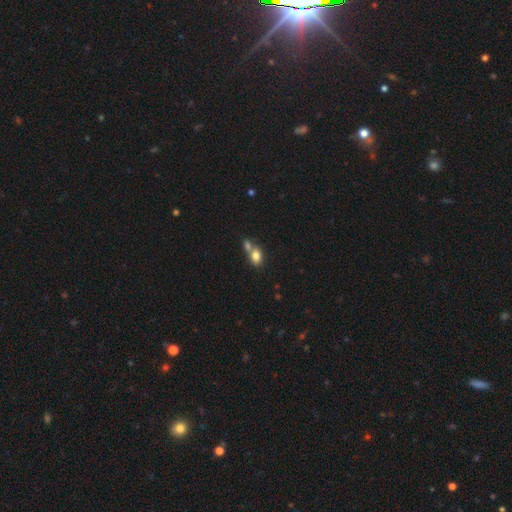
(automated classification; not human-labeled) Smooth or featured: smooth — 78% (featured or disk — 12%)
How rounded: in between — 70% (round — 27%)
Merging: merger — 54% (none — 33%)